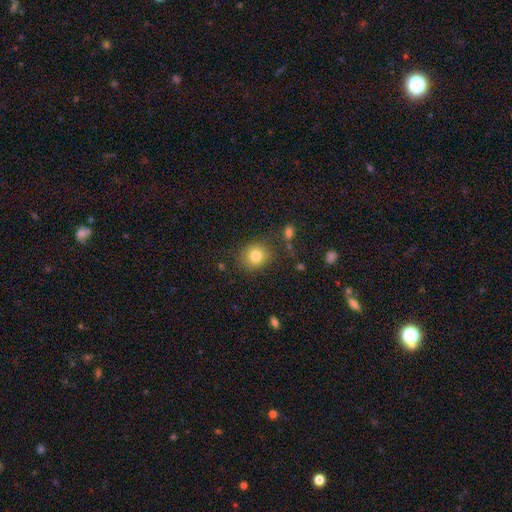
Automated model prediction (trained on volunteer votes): Smooth or featured?
  - smooth: 81% *
  - star or artifact: 11%
  - featured or disk: 8%
How rounded?
  - round: 75% *
  - in between: 24%
  - cigar-shaped: 1%
Merging?
  - none: 82% *
  - minor disturbance: 11%
  - major disturbance: 4%
  - merger: 3%